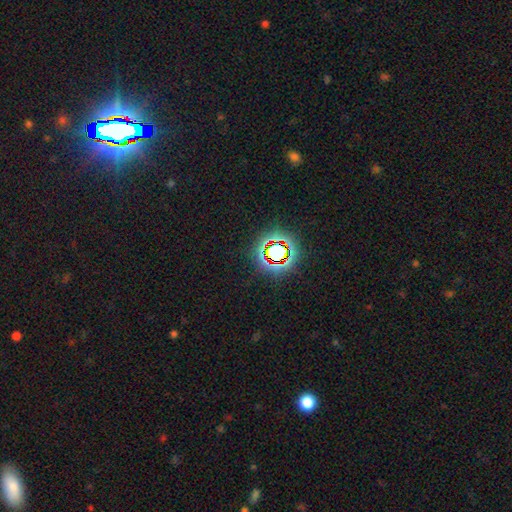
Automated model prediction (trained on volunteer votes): Smooth or featured? star or artifact (80%)